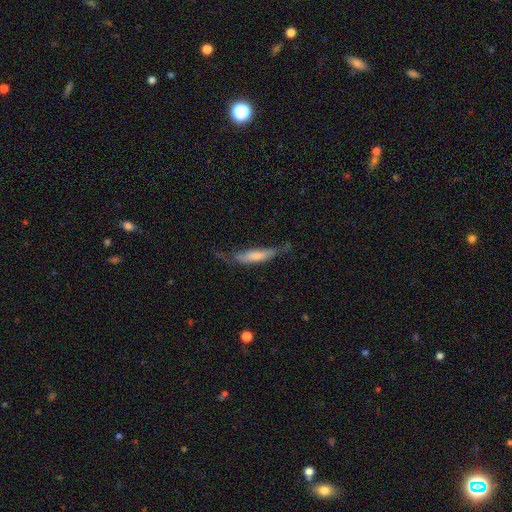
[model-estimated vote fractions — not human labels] A smooth galaxy with no disk features (57%) that is cigar-shaped (75%). Merging: none (45%).